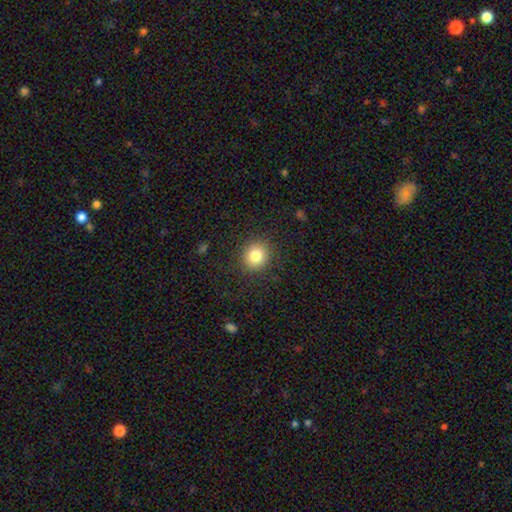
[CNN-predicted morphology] smooth 81%, star or artifact 11%, featured or disk 7%. Down the decision tree: how rounded — round (88%); merging — none (89%).